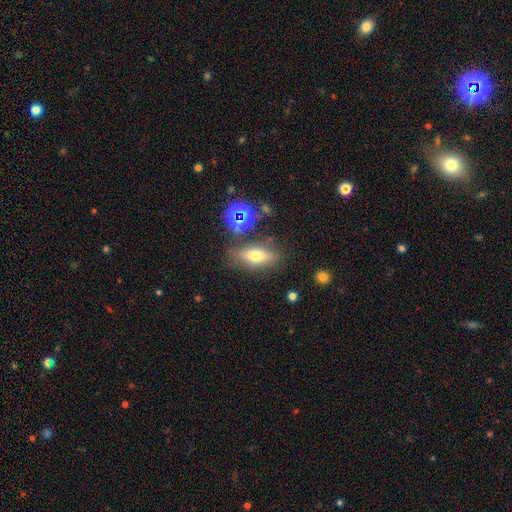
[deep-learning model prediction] smooth_or_featured: smooth (p=0.63) [alt: featured or disk p=0.22]
how_rounded: in between (p=0.70) [alt: cigar-shaped p=0.23]
merging: none (p=0.72) [alt: minor disturbance p=0.16]